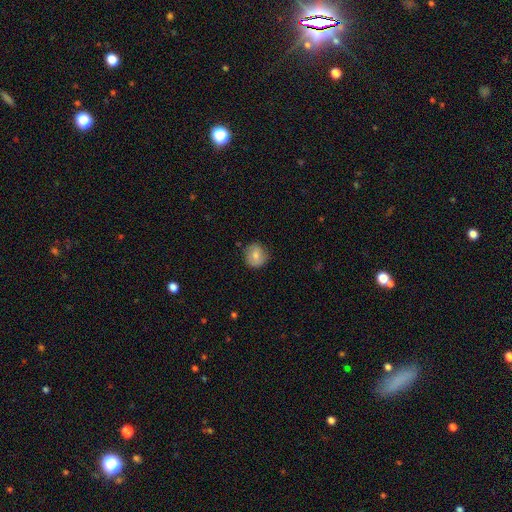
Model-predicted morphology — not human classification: Smooth or featured: smooth — 73% (featured or disk — 19%)
How rounded: round — 87% (in between — 12%)
Merging: none — 78% (minor disturbance — 17%)